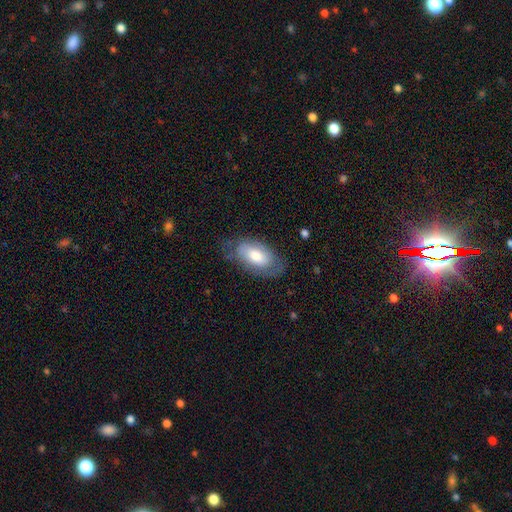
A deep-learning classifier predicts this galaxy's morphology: Q: Smooth or featured?
A: smooth (60%); runner-up: featured or disk (34%)
Q: How rounded?
A: in between (93%); runner-up: round (4%)
Q: Merging?
A: none (65%); runner-up: minor disturbance (24%)